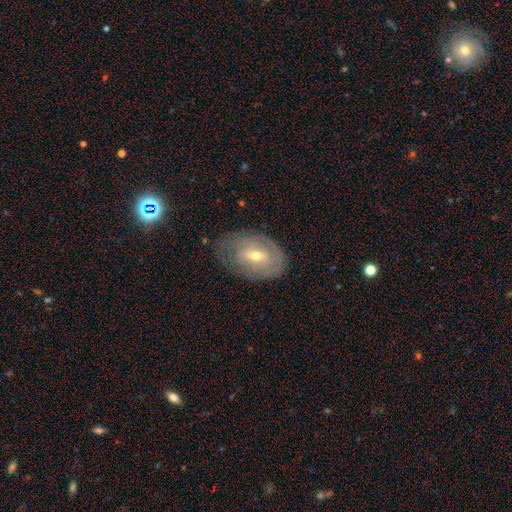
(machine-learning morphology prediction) type=featured or disk (63%); edge-on=no (92%); bar=weak (46%); spiral arms=yes (57%); bulge=moderate (51%); merging=none (63%).